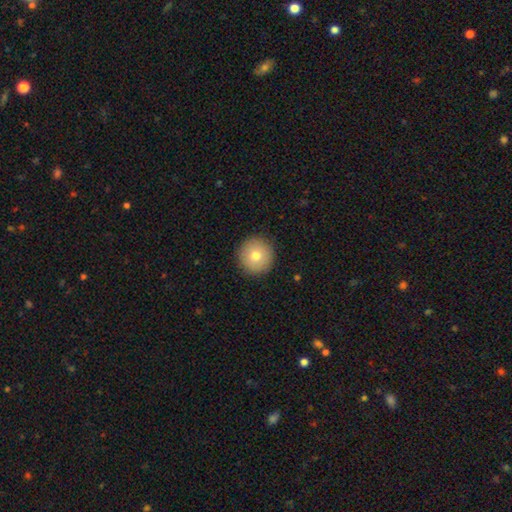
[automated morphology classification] smooth-or-featured: smooth: 77% | featured or disk: 14% | star or artifact: 9%
  how-rounded: round: 96% | in between: 3% | cigar-shaped: 1%
  merging: none: 92% | minor disturbance: 5% | major disturbance: 2% | merger: 1%